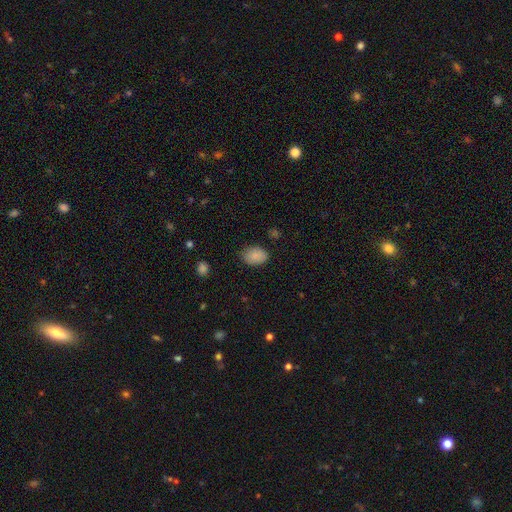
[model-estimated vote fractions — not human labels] smooth-or-featured: smooth: 87% | star or artifact: 8% | featured or disk: 5%
  how-rounded: in between: 80% | round: 19% | cigar-shaped: 1%
  merging: none: 79% | minor disturbance: 16% | major disturbance: 3% | merger: 1%